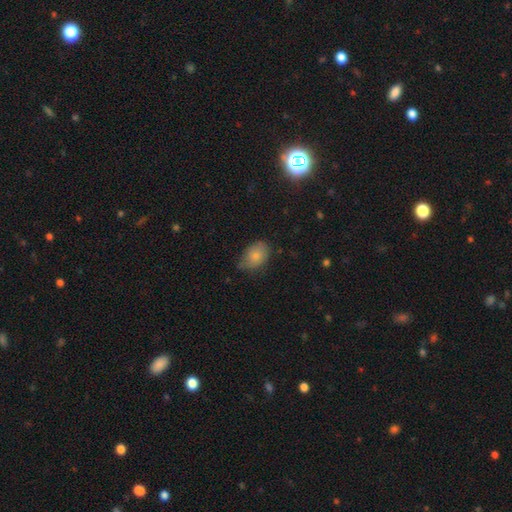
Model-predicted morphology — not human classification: Smooth or featured? Predicted: smooth (p=0.81). How rounded? Predicted: in between (p=0.83). Merging? Predicted: none (p=0.56).